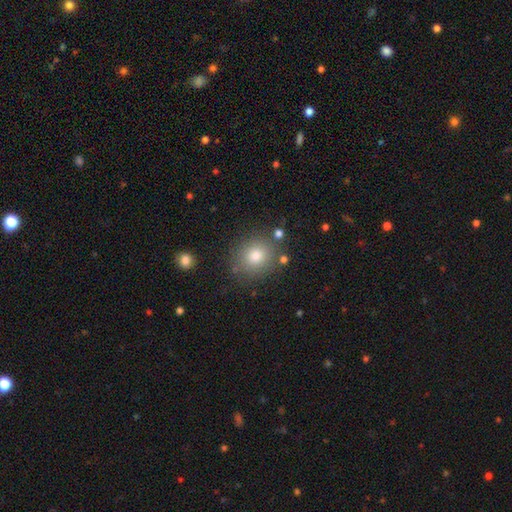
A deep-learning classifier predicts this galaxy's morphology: Smooth or featured?
  - smooth: 78% *
  - star or artifact: 13%
  - featured or disk: 9%
How rounded?
  - round: 81% *
  - in between: 18%
  - cigar-shaped: 1%
Merging?
  - none: 82% *
  - minor disturbance: 10%
  - merger: 5%
  - major disturbance: 3%